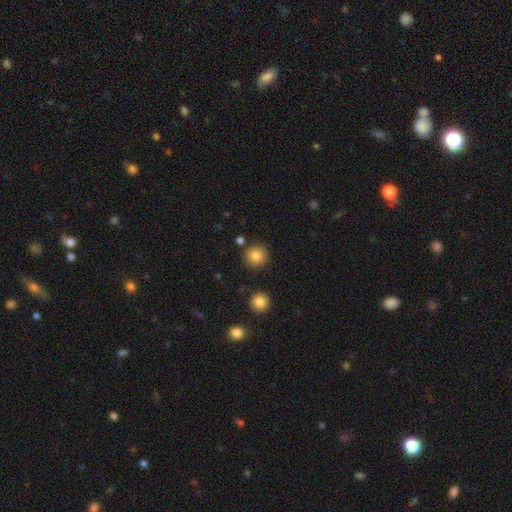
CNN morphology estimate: The model was most divided on "smooth or featured": smooth: 83%, star or artifact: 10%, featured or disk: 6%. More confident: how rounded — round (93%); merging — none (86%).